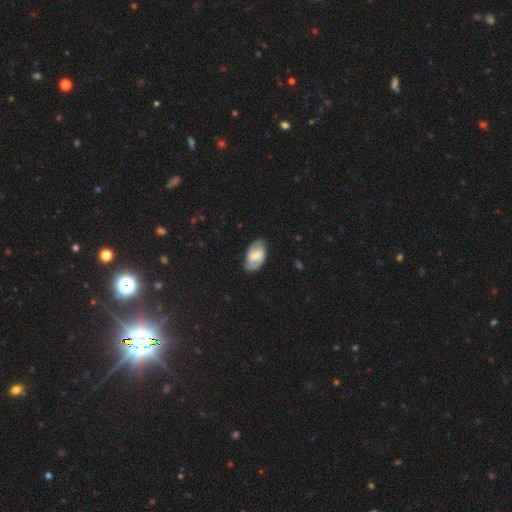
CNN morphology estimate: type=featured or disk (59%); edge-on=no (95%); bar=weak (51%); spiral arms=yes (81%); bulge=moderate (43%); merging=none (76%).